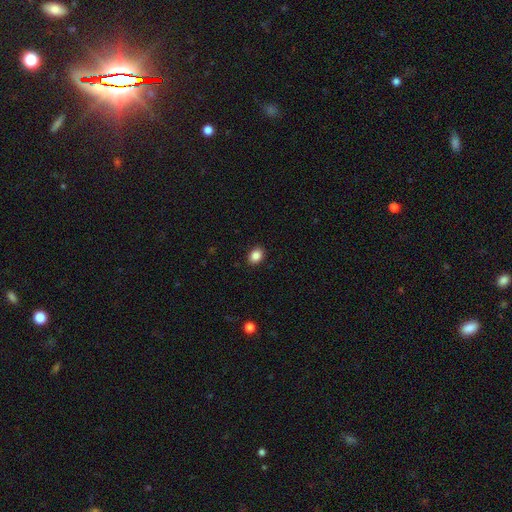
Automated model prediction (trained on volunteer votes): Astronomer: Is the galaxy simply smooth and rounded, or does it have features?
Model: smooth — 87%.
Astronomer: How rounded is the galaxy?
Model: in between — 64%.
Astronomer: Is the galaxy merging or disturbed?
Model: none — 90%.